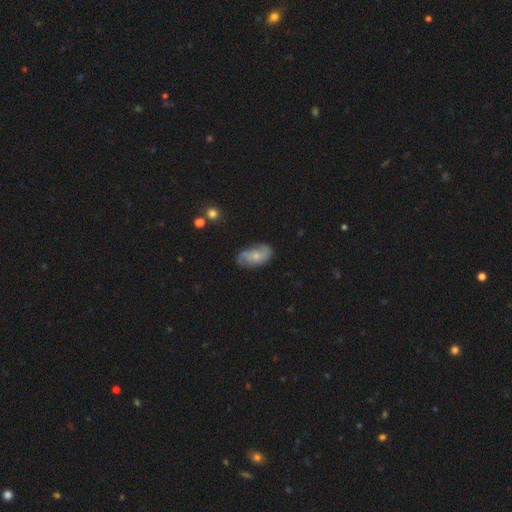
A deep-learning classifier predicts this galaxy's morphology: Overall: featured or disk (55%; smooth 38%). Edge-on disk: no (95%). Bar: no (74%). Spiral arms: yes (83%). Bulge size: small (60%; moderate 32%). Merging: none (61%; minor disturbance 27%).